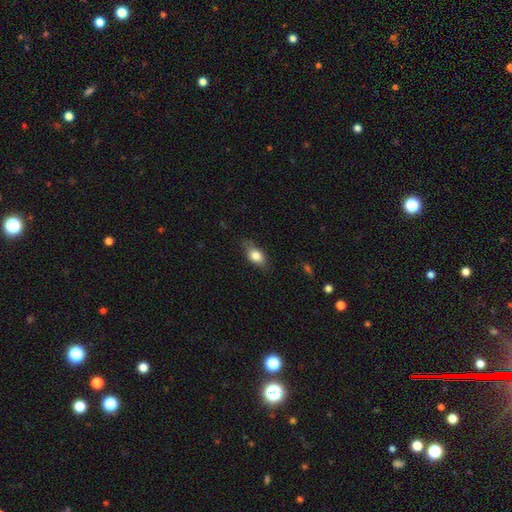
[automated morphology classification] Overall: smooth (77%). How rounded: in between (81%). Merging: none (74%).